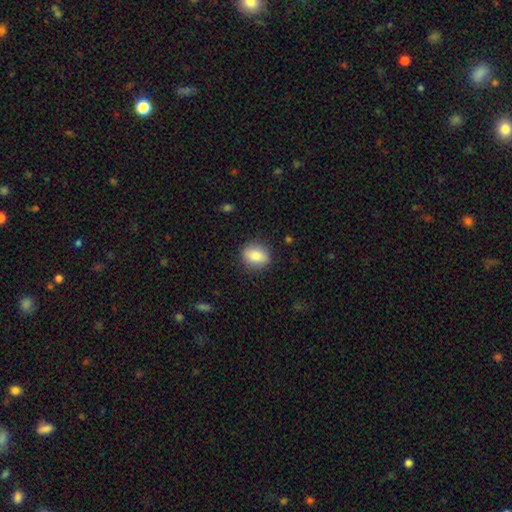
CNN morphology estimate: smooth_or_featured: smooth (p=0.82) [alt: featured or disk p=0.10]
how_rounded: round (p=0.55) [alt: in between p=0.44]
merging: none (p=0.86) [alt: minor disturbance p=0.10]